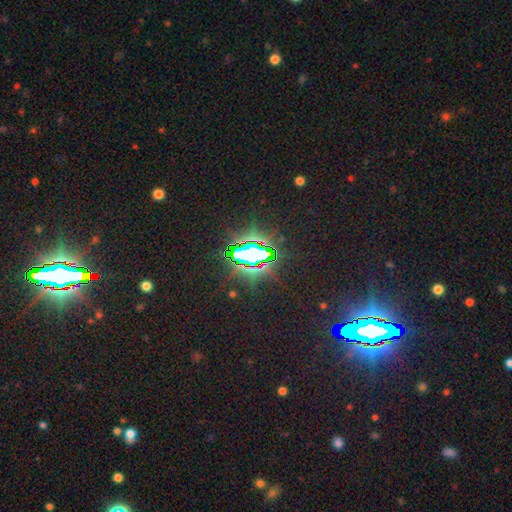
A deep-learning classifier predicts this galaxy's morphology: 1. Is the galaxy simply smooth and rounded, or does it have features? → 86% star or artifact, 8% smooth, 7% featured or disk.